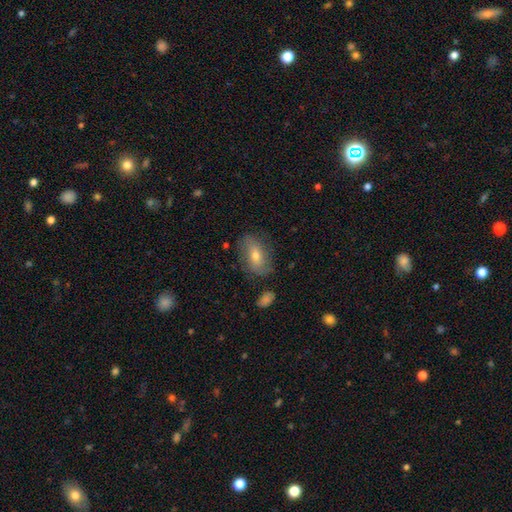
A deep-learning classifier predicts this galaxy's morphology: Smooth or featured?
  - smooth: 52% *
  - featured or disk: 38%
  - star or artifact: 10%
How rounded?
  - in between: 84% *
  - round: 11%
  - cigar-shaped: 5%
Merging?
  - none: 75% *
  - minor disturbance: 18%
  - major disturbance: 6%
  - merger: 2%